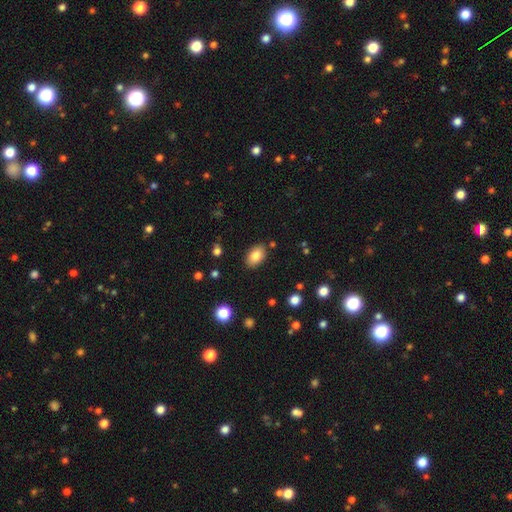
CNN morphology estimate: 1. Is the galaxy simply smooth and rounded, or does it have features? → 82% smooth, 10% featured or disk, 8% star or artifact.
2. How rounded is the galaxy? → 87% in between, 12% round, 1% cigar-shaped.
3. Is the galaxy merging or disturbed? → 86% none, 10% minor disturbance, 2% major disturbance, 2% merger.